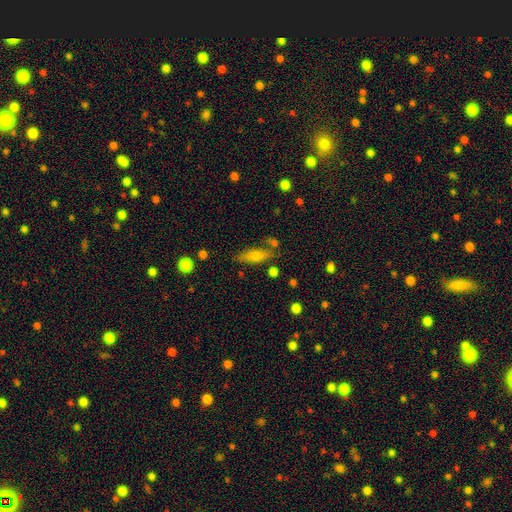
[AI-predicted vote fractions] Morphology: type=smooth (61%); roundness=in between (54%); merging=none (68%).